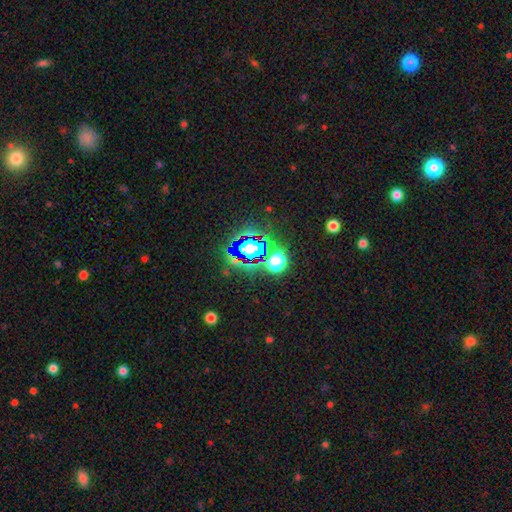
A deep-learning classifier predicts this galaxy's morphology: Smooth or featured: star or artifact — 72% (smooth — 19%)